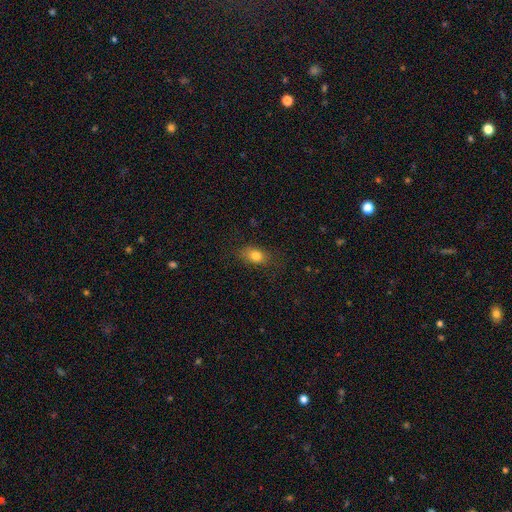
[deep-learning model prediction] The model was most divided on "how rounded": in between: 77%, round: 19%, cigar-shaped: 4%. More confident: smooth or featured — smooth (80%); merging — none (76%).